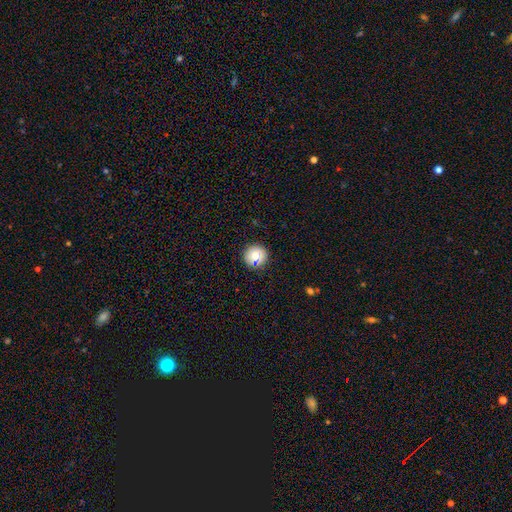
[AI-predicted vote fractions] This is likely a smooth galaxy (78%). How rounded: clearly round (94%). Merging: clearly none (83%).